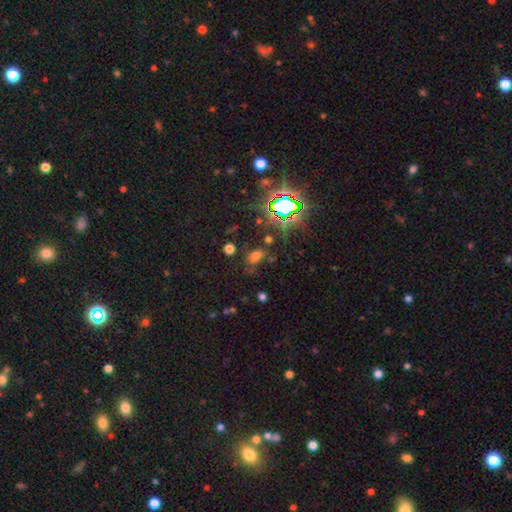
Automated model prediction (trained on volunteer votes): Overall: smooth (48%; star or artifact 40%). Merging: none (58%; minor disturbance 21%).